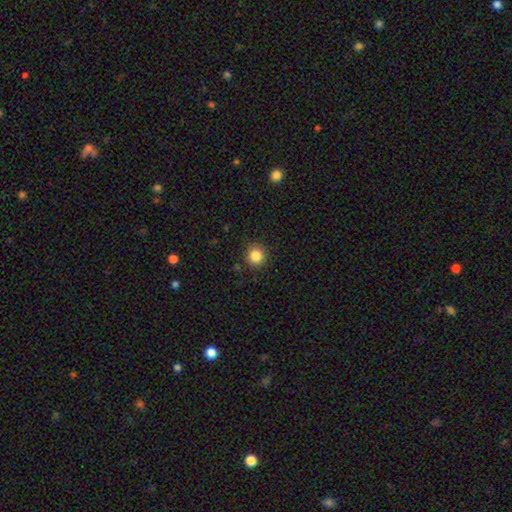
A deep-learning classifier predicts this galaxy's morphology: type=smooth (85%); roundness=round (92%); merging=none (90%).